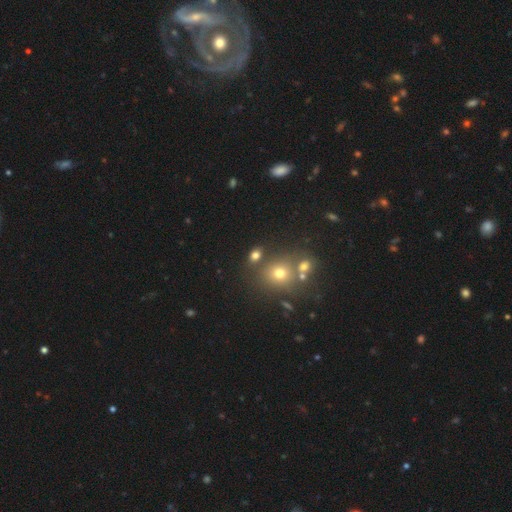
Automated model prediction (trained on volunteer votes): This is likely a smooth galaxy (70%). How rounded: possibly in between (60%). Merging: likely none (69%).